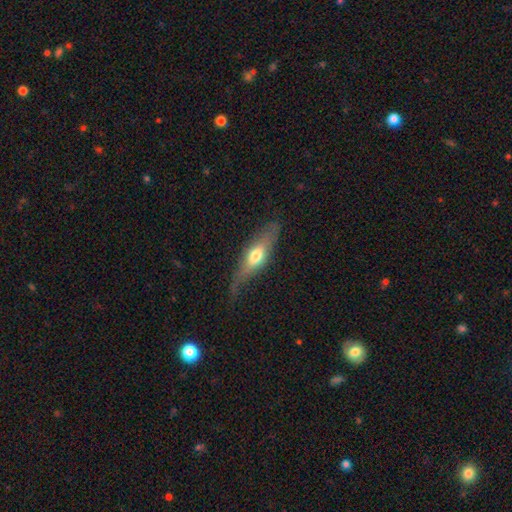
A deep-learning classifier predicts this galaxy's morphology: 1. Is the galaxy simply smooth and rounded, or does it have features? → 52% smooth, 42% featured or disk, 6% star or artifact.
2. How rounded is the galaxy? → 49% in between, 47% cigar-shaped, 4% round.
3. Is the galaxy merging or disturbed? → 55% none, 28% minor disturbance, 15% major disturbance, 2% merger.